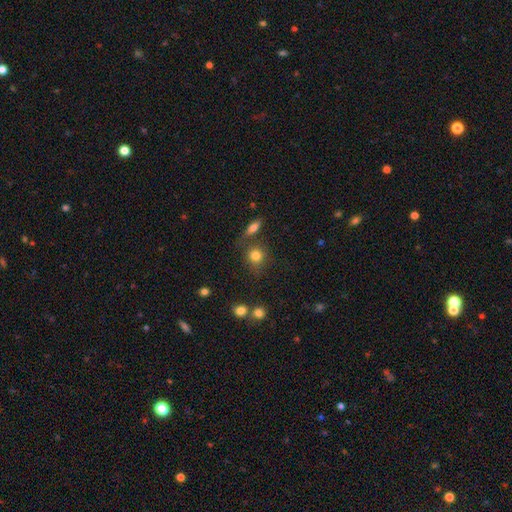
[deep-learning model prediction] Smooth or featured: smooth — 81% (star or artifact — 11%)
How rounded: round — 82% (in between — 16%)
Merging: none — 67% (minor disturbance — 14%)